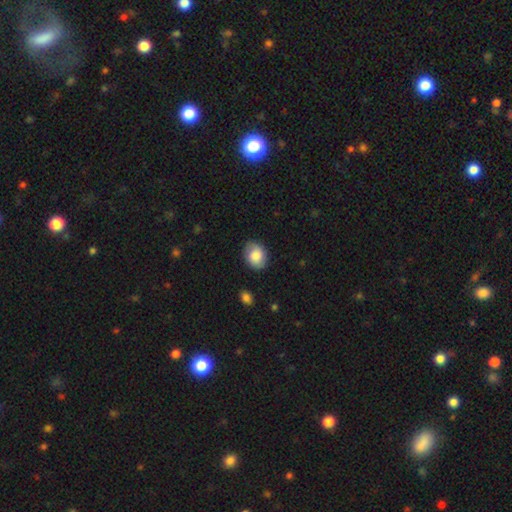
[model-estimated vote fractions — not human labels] Smooth or featured? Predicted: smooth (p=0.81). How rounded? Predicted: in between (p=0.56). Merging? Predicted: none (p=0.81).